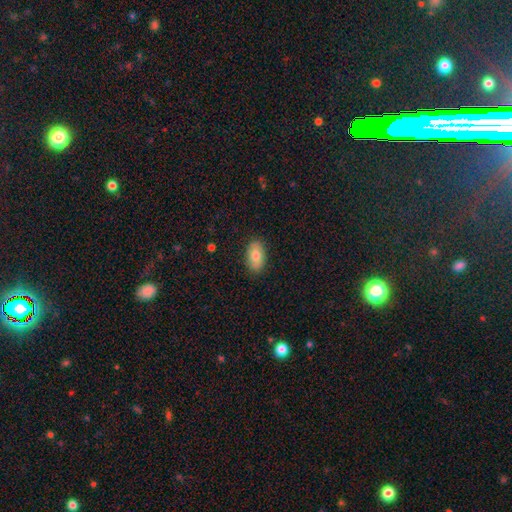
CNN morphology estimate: smooth_or_featured: smooth (p=0.79) [alt: featured or disk p=0.14]
how_rounded: in between (p=0.93) [alt: round p=0.05]
merging: none (p=0.87) [alt: minor disturbance p=0.10]